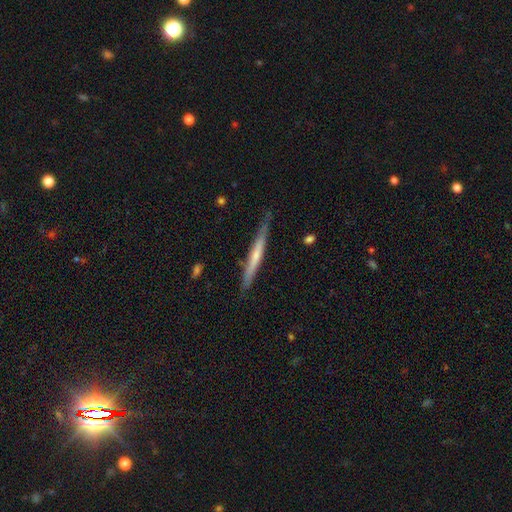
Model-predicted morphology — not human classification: type=featured or disk (54%); edge-on=yes (95%); edge-on bulge=none (56%); merging=none (80%).